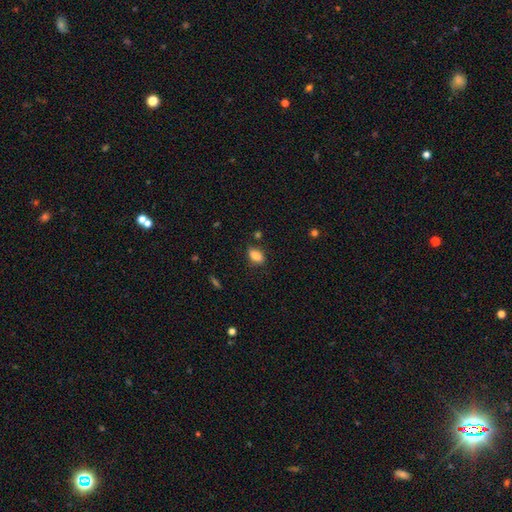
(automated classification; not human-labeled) Smooth or featured: smooth — 82% (star or artifact — 9%)
How rounded: in between — 86% (round — 9%)
Merging: none — 78% (minor disturbance — 15%)